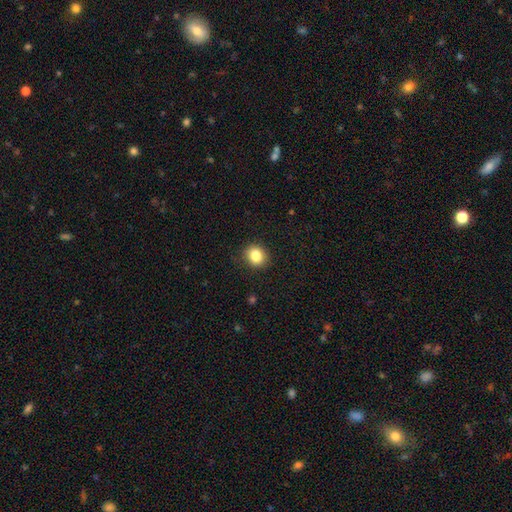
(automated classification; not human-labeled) A smooth galaxy with no disk features (84%) that is round (79%). Merging: none (90%).